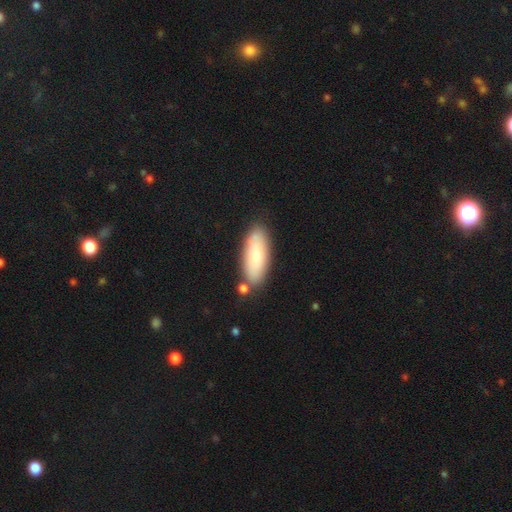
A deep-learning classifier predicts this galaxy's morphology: Smooth or featured?
  - smooth: 73% *
  - featured or disk: 21%
  - star or artifact: 6%
How rounded?
  - in between: 77% *
  - cigar-shaped: 21%
  - round: 2%
Merging?
  - none: 77% *
  - minor disturbance: 13%
  - merger: 7%
  - major disturbance: 3%